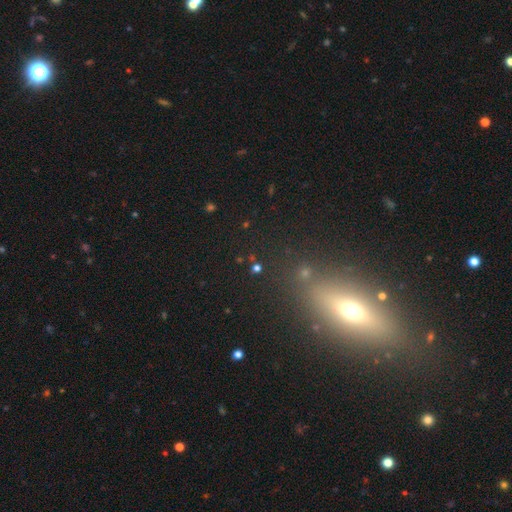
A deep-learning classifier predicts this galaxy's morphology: Smooth or featured: featured or disk — 41% (smooth — 39%)
Merging: none — 83% (minor disturbance — 10%)